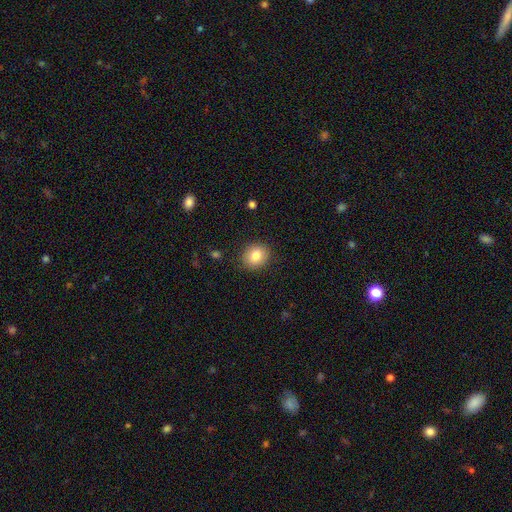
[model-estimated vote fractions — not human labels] smooth-or-featured: smooth: 82% | star or artifact: 9% | featured or disk: 8%
  how-rounded: round: 70% | in between: 29% | cigar-shaped: 1%
  merging: none: 88% | minor disturbance: 8% | major disturbance: 2% | merger: 1%